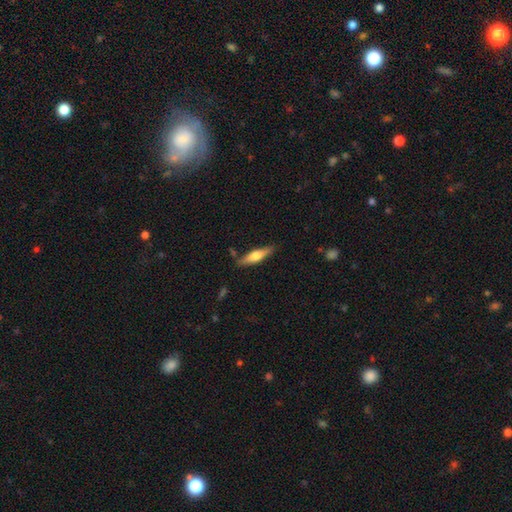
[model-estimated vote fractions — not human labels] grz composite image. It shows a smooth galaxy with no disk features (53%) that is cigar-shaped (71%). Merging: none (80%).